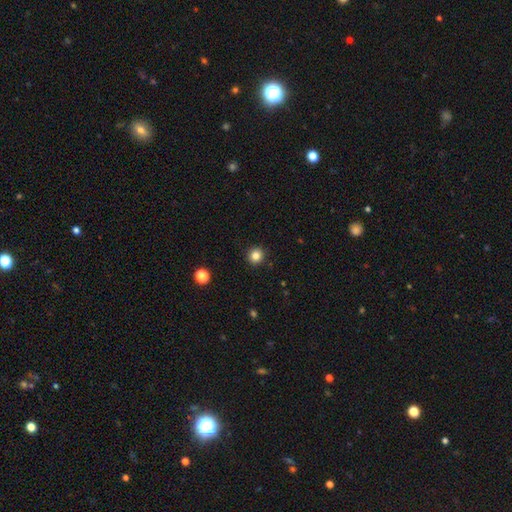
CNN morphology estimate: smooth-or-featured: smooth: 83% | star or artifact: 12% | featured or disk: 5%
  how-rounded: round: 93% | in between: 6% | cigar-shaped: 1%
  merging: none: 92% | minor disturbance: 5% | major disturbance: 2% | merger: 1%